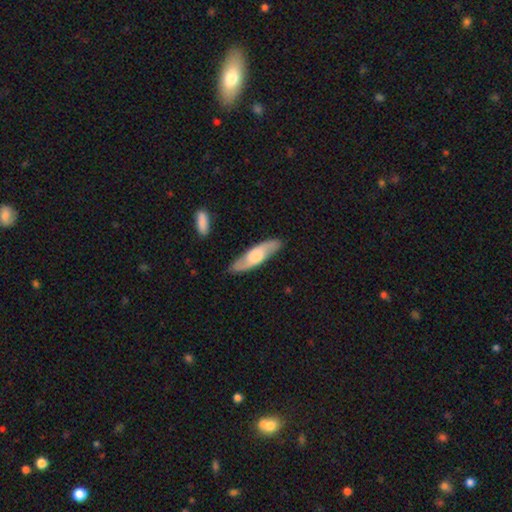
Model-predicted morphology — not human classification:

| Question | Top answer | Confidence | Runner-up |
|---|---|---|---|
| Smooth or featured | featured or disk | 58% | smooth (38%) |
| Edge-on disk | no | 62% | yes (38%) |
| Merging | none | 86% | minor disturbance (10%) |